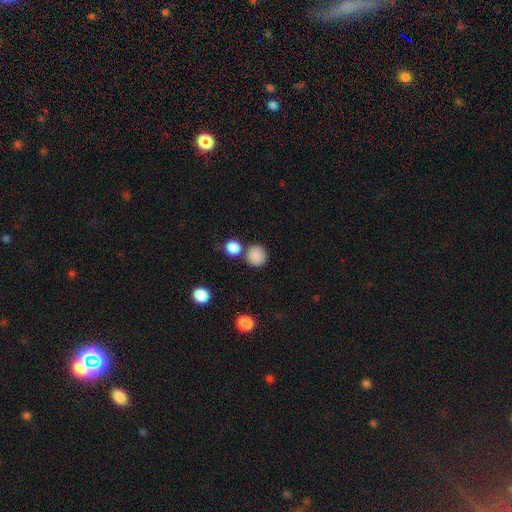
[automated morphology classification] type=smooth (86%); roundness=round (87%); merging=none (68%).